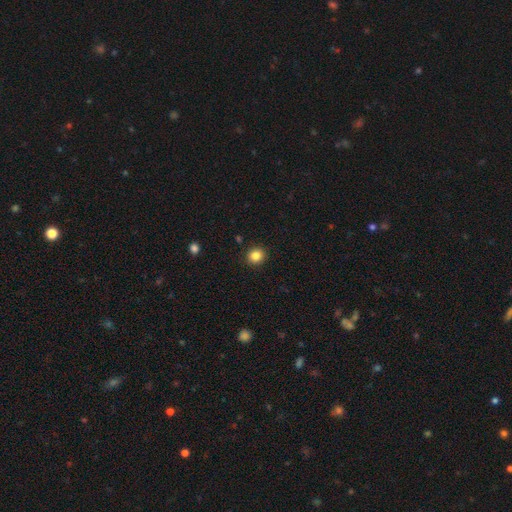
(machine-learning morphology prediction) Q: Smooth or featured?
A: smooth (84%); runner-up: star or artifact (11%)
Q: How rounded?
A: round (88%); runner-up: in between (11%)
Q: Merging?
A: none (92%); runner-up: minor disturbance (5%)